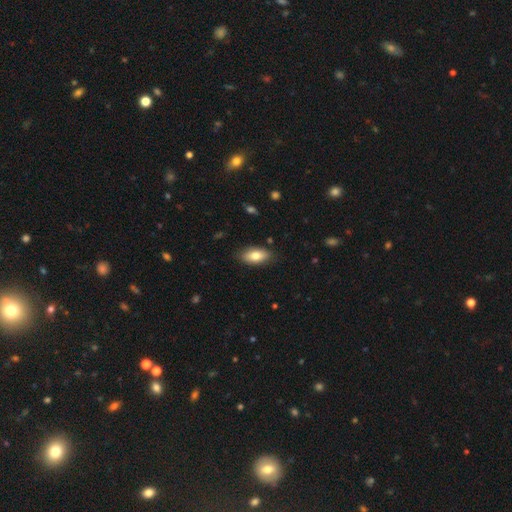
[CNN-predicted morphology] This appears to be a smooth galaxy with no disk features (78%) that is in between round and cigar-shaped (90%). Merging: none (84%).